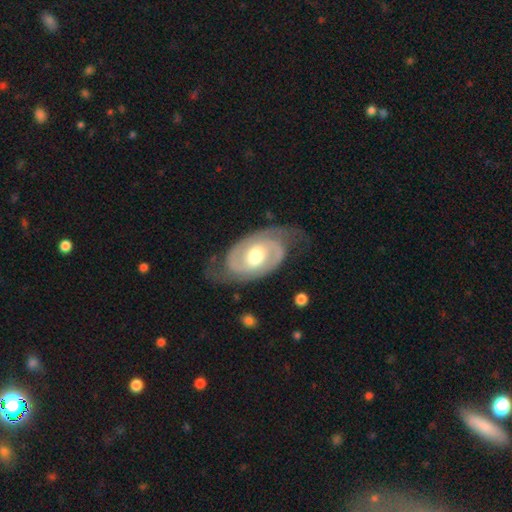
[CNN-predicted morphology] Smooth or featured? Predicted: featured or disk (p=0.89). Edge-on disk? Predicted: no (p=0.97). Bar? Predicted: no (p=0.49). Spiral arms? Predicted: yes (p=0.95). Spiral winding? Predicted: tight (p=0.44). Spiral arm count? Predicted: 2 (p=0.90). Bulge size? Predicted: moderate (p=0.72). Merging? Predicted: none (p=0.69).